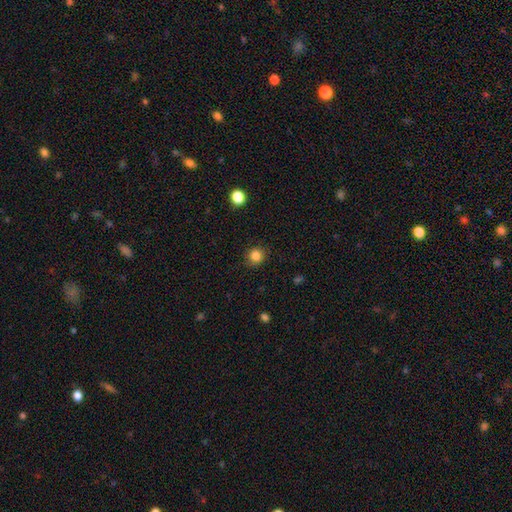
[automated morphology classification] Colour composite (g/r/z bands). It shows a smooth galaxy with no disk features (84%) that is round (89%). Merging: none (88%).